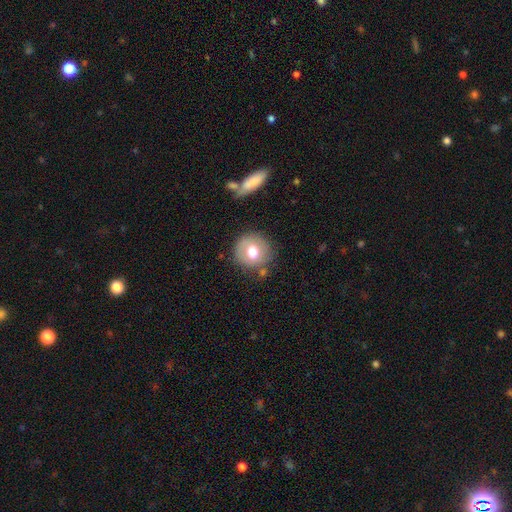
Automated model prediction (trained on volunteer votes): Smooth or featured?
  - smooth: 65% *
  - featured or disk: 26%
  - star or artifact: 8%
How rounded?
  - round: 91% *
  - in between: 8%
  - cigar-shaped: 1%
Merging?
  - none: 76% *
  - minor disturbance: 13%
  - merger: 6%
  - major disturbance: 4%